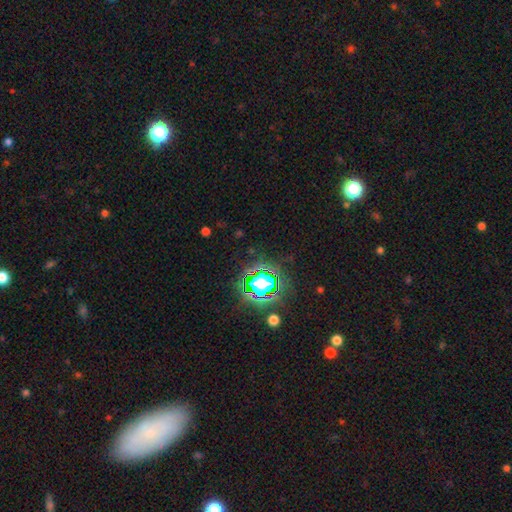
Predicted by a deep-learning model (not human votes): A star or artifact, not a galaxy (78%).